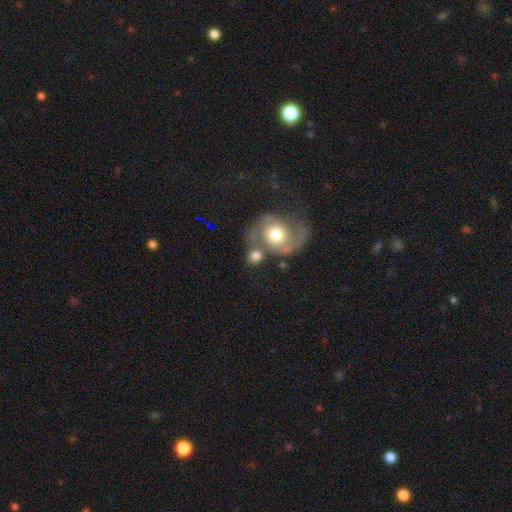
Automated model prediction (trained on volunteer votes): smooth 52%, featured or disk 38%, star or artifact 10%. Down the decision tree: how rounded — round (72%); merging — none (47%).